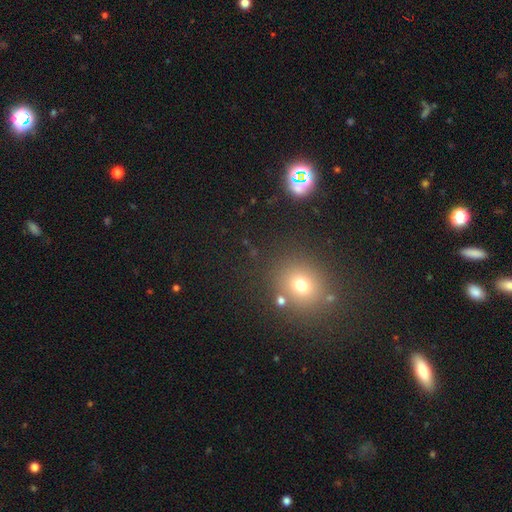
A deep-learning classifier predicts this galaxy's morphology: Smooth or featured?
  - smooth: 51% *
  - star or artifact: 40%
  - featured or disk: 9%
How rounded?
  - round: 79% *
  - in between: 19%
  - cigar-shaped: 2%
Merging?
  - none: 81% *
  - minor disturbance: 9%
  - merger: 6%
  - major disturbance: 4%